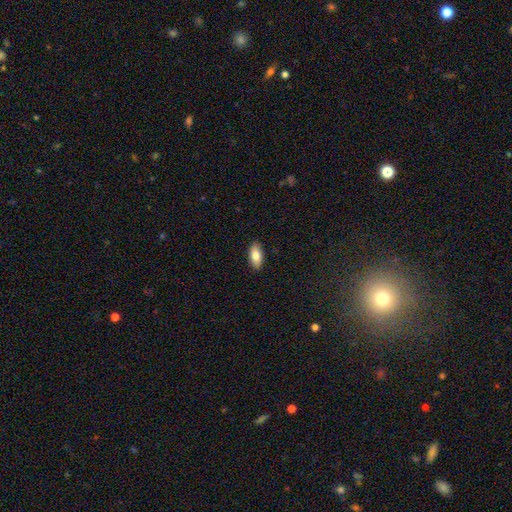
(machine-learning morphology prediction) A smooth galaxy with no disk features (83%) that is in between round and cigar-shaped (91%).

Vote fractions:
- Smooth or featured? smooth: 83% / featured or disk: 11% / star or artifact: 6%
- How rounded? in between: 91% / cigar-shaped: 7% / round: 3%
- Merging? none: 90% / minor disturbance: 8% / major disturbance: 2% / merger: 1%